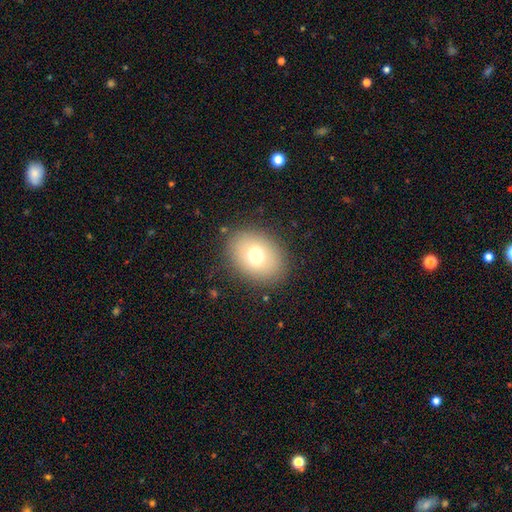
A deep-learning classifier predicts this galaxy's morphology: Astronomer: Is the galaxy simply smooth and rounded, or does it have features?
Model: smooth — 71%.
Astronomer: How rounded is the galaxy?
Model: in between — 67%.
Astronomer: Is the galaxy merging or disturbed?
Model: none — 85%.